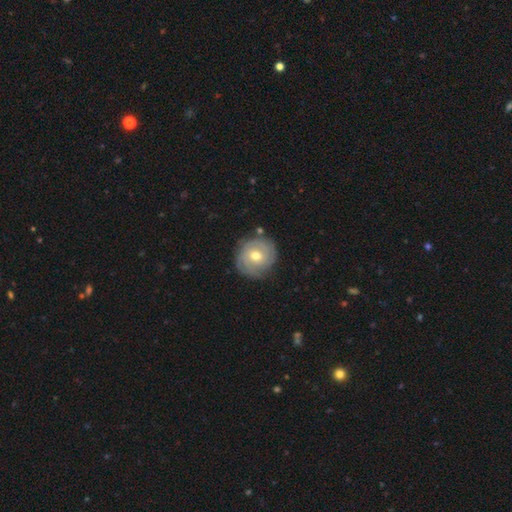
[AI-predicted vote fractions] A featured or disk galaxy (76%) with no bar (60%), tight (77%) spiral arms (91%) and a moderate central bulge (74%).

Vote fractions:
- Smooth or featured? featured or disk: 76% / smooth: 18% / star or artifact: 6%
- Edge-on disk? no: 98% / yes: 2%
- Bar? no: 60% / weak: 33% / strong: 7%
- Spiral arms? yes: 91% / no: 9%
- Spiral winding? tight: 77% / medium: 18% / loose: 5%
- Spiral arm count? can't tell: 31% / 2: 25% / 3: 25% / 4: 9% / 1: 5% / more than 4: 5%
- Bulge size? moderate: 74% / small: 21% / large: 3% / none: 1% / dominant: 1%
- Merging? none: 81% / minor disturbance: 13% / major disturbance: 4% / merger: 2%